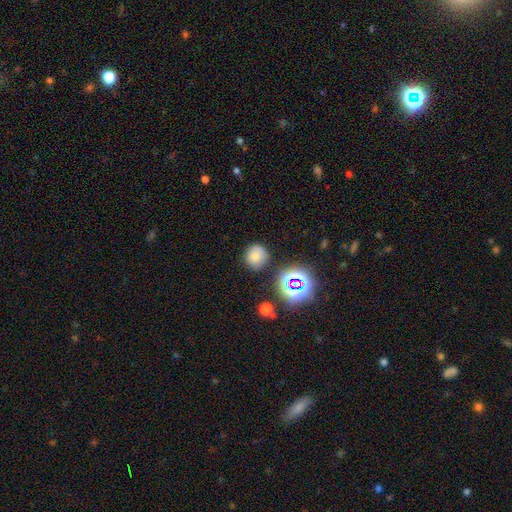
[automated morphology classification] A smooth galaxy with no disk features (71%) that is round (87%).

Vote fractions:
- Smooth or featured? smooth: 71% / star or artifact: 18% / featured or disk: 11%
- How rounded? round: 87% / in between: 12% / cigar-shaped: 1%
- Merging? none: 78% / minor disturbance: 13% / major disturbance: 4% / merger: 4%